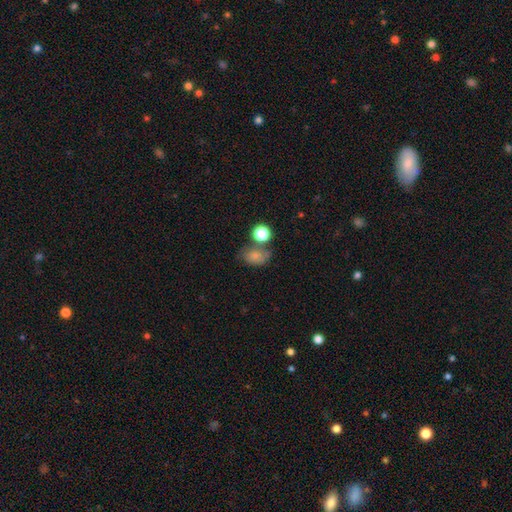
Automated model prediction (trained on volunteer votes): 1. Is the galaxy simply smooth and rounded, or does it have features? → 75% smooth, 13% featured or disk, 12% star or artifact.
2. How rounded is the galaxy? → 63% in between, 36% round, 1% cigar-shaped.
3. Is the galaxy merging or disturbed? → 49% none, 22% merger, 20% minor disturbance, 9% major disturbance.